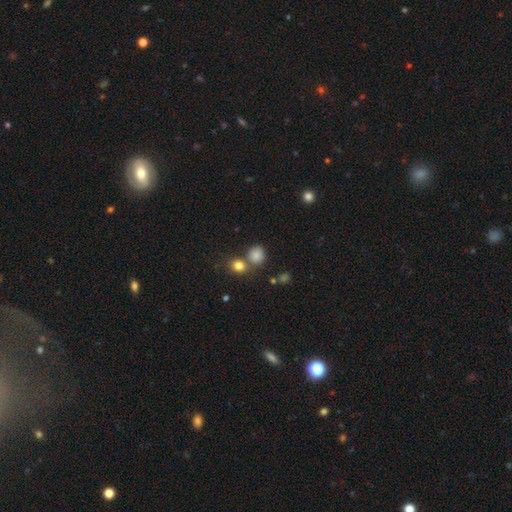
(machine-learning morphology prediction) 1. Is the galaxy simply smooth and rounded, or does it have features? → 81% smooth, 13% star or artifact, 6% featured or disk.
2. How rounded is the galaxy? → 79% round, 20% in between, 1% cigar-shaped.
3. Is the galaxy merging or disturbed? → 66% none, 22% merger, 9% minor disturbance, 3% major disturbance.